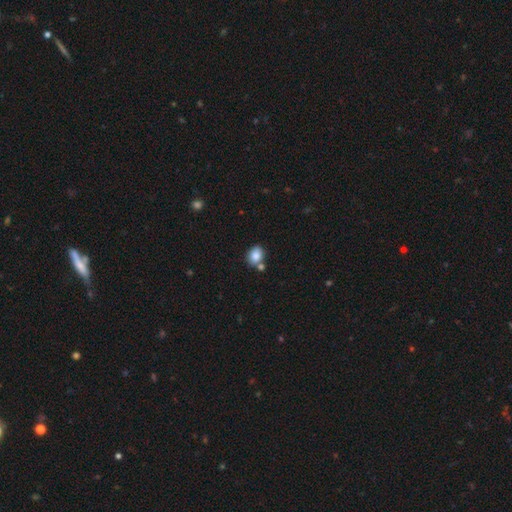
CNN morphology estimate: Overall: smooth (84%). How rounded: in between (51%; round 48%). Merging: none (63%).